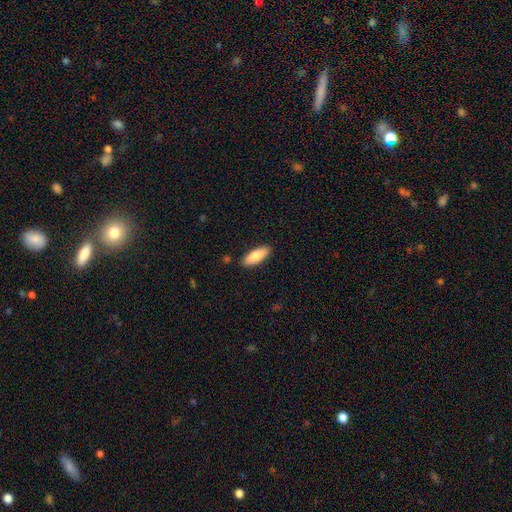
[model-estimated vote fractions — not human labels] This appears to be a smooth galaxy with no disk features (79%) that is in between round and cigar-shaped (66%). Merging: none (88%).